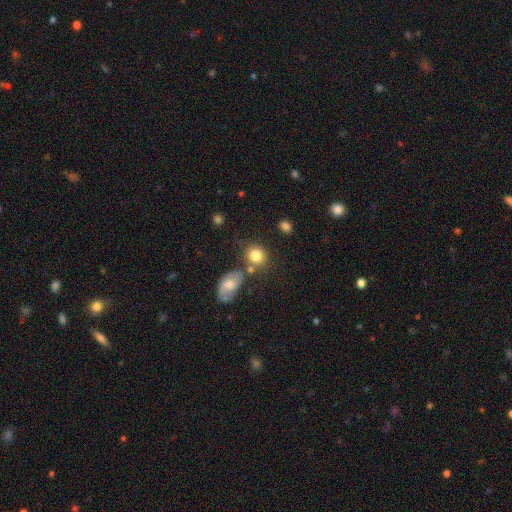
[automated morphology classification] This appears to be a smooth galaxy with no disk features (81%) that is round (69%). Merging: none (59%).